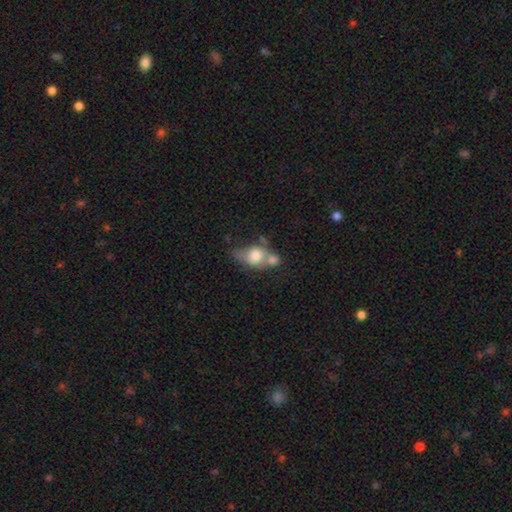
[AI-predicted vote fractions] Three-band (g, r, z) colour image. It shows a smooth galaxy with no disk features (69%) that is round (50%). Merging: merger (54%).